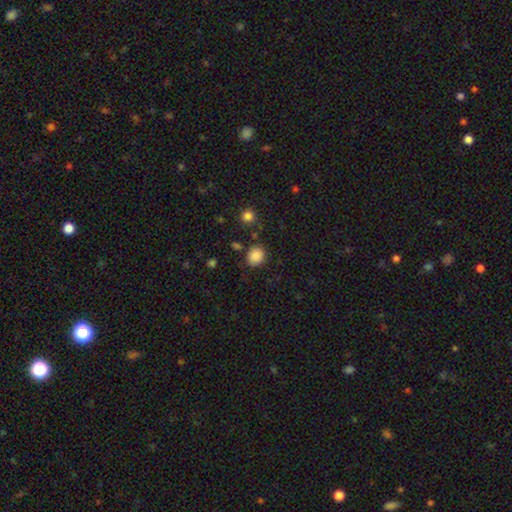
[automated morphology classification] This is clearly a smooth galaxy (86%). How rounded: likely round (72%). Merging: clearly none (83%).